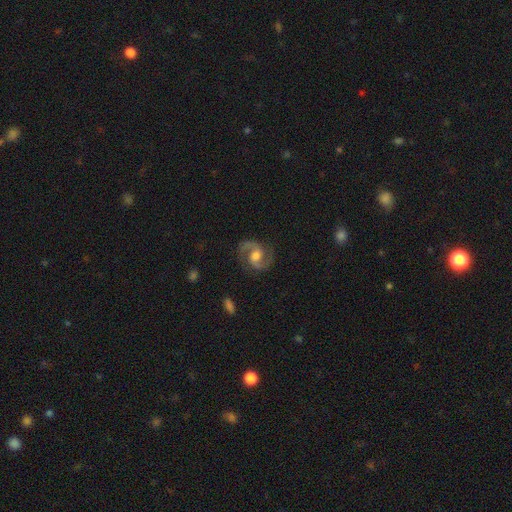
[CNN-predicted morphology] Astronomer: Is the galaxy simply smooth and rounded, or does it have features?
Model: featured or disk — 90%.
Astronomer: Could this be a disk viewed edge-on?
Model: no — 98%.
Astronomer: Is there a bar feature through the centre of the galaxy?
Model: weak — 44% (runner-up: no, 43%).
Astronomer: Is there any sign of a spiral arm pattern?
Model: yes — 98%.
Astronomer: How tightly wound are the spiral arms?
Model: medium — 65%.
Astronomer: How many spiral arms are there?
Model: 2 — 94%.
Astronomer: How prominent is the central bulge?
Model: moderate — 63%.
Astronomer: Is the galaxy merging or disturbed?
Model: none — 84%.